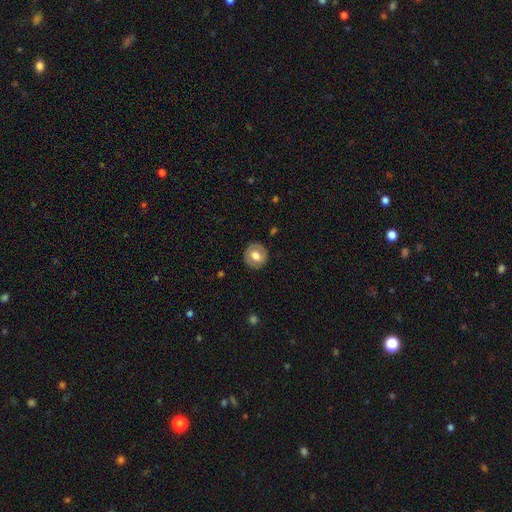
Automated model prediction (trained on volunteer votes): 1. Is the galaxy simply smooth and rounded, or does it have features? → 64% smooth, 28% featured or disk, 7% star or artifact.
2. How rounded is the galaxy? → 87% round, 12% in between, 1% cigar-shaped.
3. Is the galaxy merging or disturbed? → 88% none, 9% minor disturbance, 3% major disturbance, 1% merger.